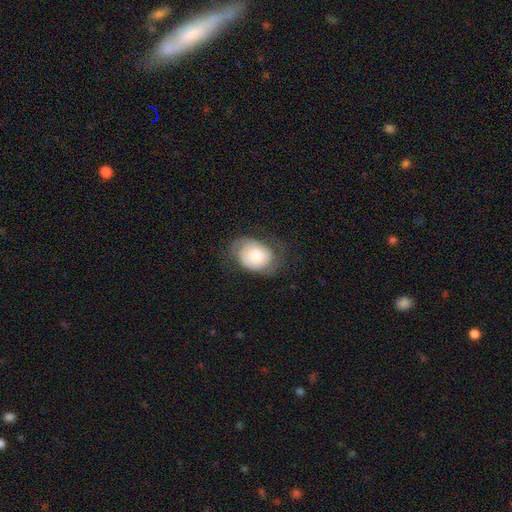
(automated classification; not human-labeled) smooth_or_featured: smooth (p=0.63) [alt: featured or disk p=0.30]
how_rounded: in between (p=0.69) [alt: round p=0.30]
merging: none (p=0.56) [alt: minor disturbance p=0.27]